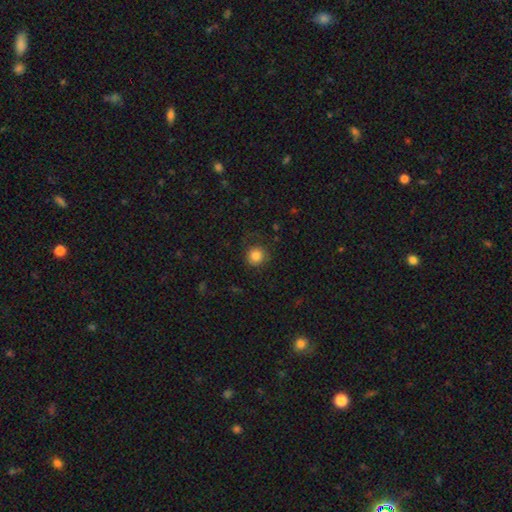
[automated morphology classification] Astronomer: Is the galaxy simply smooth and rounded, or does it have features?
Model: smooth — 82%.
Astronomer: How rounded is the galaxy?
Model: round — 92%.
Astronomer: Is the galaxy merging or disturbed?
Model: none — 80%.